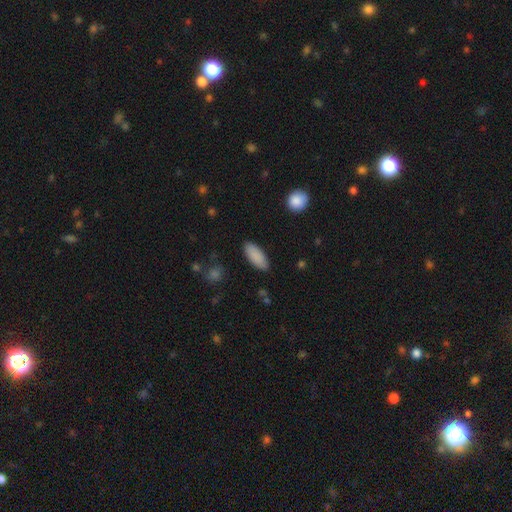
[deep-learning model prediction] Q: Smooth or featured?
A: smooth (89%); runner-up: star or artifact (6%)
Q: How rounded?
A: in between (82%); runner-up: cigar-shaped (16%)
Q: Merging?
A: none (87%); runner-up: minor disturbance (10%)